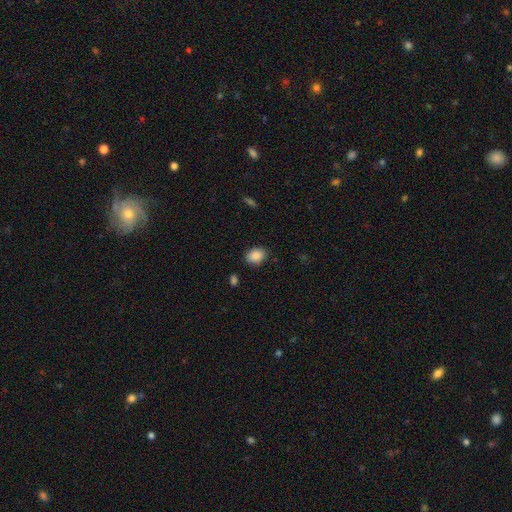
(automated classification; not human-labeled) A smooth galaxy with no disk features (88%) that is in between round and cigar-shaped (69%).

Vote fractions:
- Smooth or featured? smooth: 88% / star or artifact: 8% / featured or disk: 4%
- How rounded? in between: 69% / round: 30% / cigar-shaped: 1%
- Merging? none: 83% / minor disturbance: 13% / major disturbance: 3% / merger: 1%